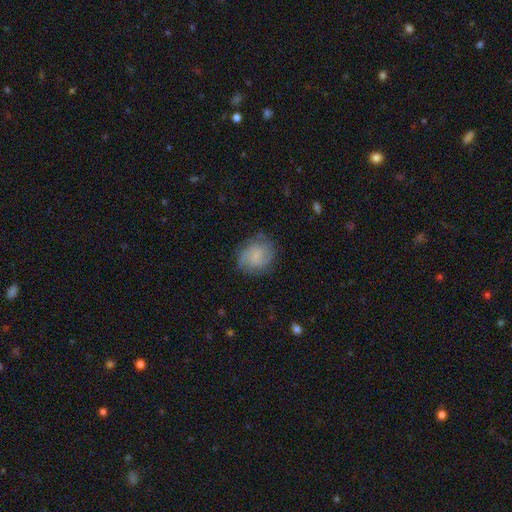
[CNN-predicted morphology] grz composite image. It shows a smooth galaxy with no disk features (57%) that is round (71%). Merging: none (74%).